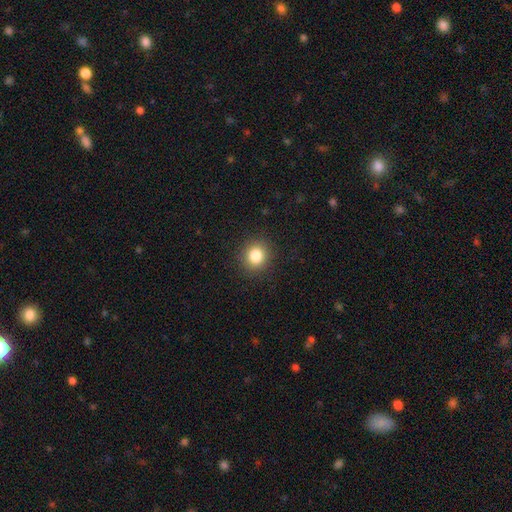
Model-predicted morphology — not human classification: A smooth galaxy with no disk features (83%) that is round (86%).

Vote fractions:
- Smooth or featured? smooth: 83% / star or artifact: 11% / featured or disk: 6%
- How rounded? round: 86% / in between: 13% / cigar-shaped: 1%
- Merging? none: 90% / minor disturbance: 6% / major disturbance: 2% / merger: 1%